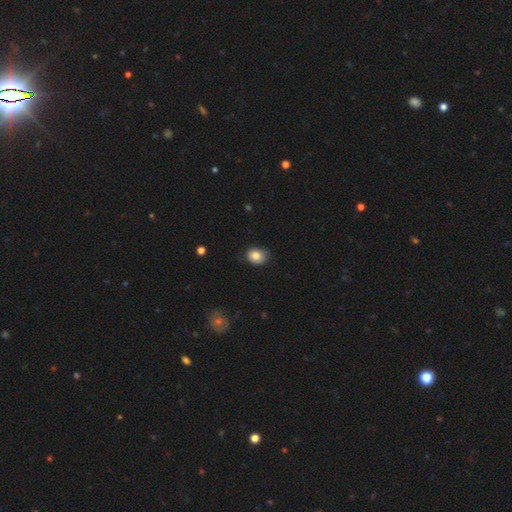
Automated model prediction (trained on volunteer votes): Overall: smooth (83%). How rounded: in between (55%; round 44%). Merging: none (73%).